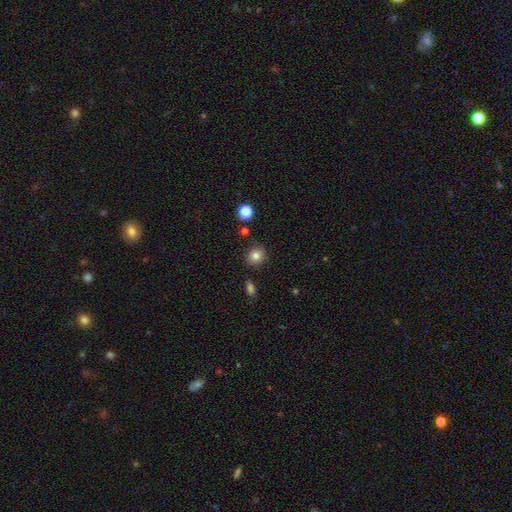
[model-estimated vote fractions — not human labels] Smooth or featured? Predicted: smooth (p=0.82). How rounded? Predicted: round (p=0.76). Merging? Predicted: none (p=0.84).